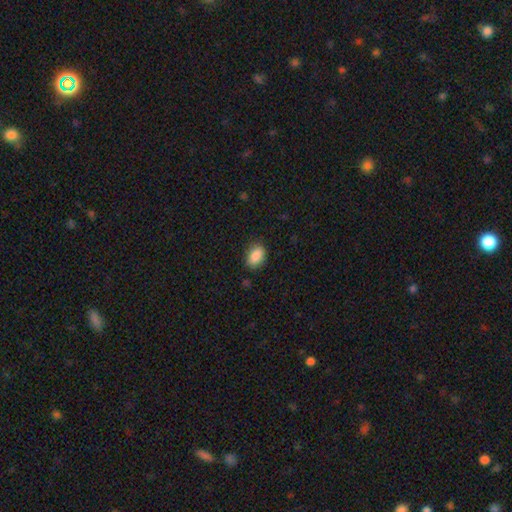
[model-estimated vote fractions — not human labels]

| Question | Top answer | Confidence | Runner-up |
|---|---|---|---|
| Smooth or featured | smooth | 88% | star or artifact (8%) |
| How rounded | in between | 87% | round (11%) |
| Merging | none | 82% | minor disturbance (14%) |